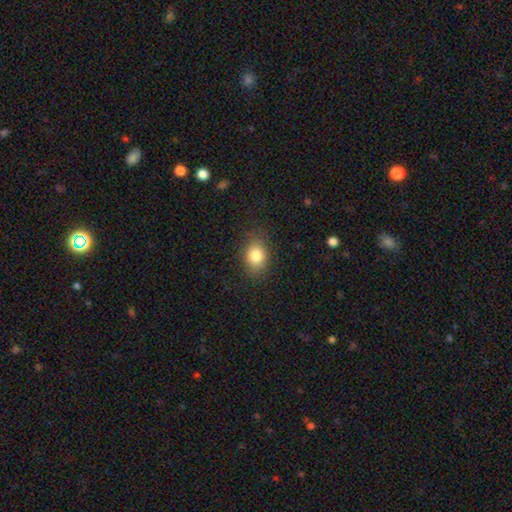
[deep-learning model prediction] smooth-or-featured: smooth: 82% | star or artifact: 10% | featured or disk: 8%
  how-rounded: in between: 63% | round: 35% | cigar-shaped: 1%
  merging: none: 82% | minor disturbance: 13% | major disturbance: 4% | merger: 1%